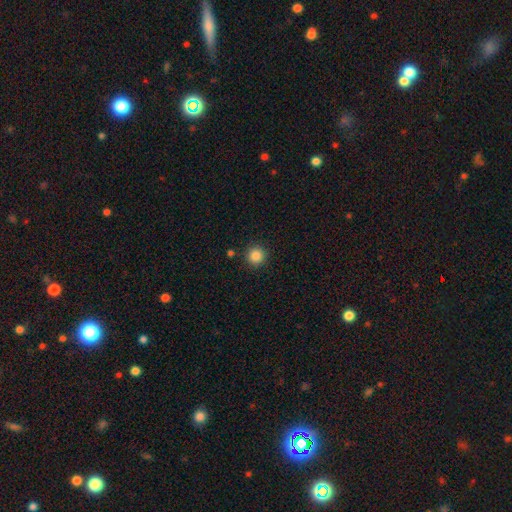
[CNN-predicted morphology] Smooth or featured? Predicted: smooth (p=0.86). How rounded? Predicted: round (p=0.94). Merging? Predicted: none (p=0.90).